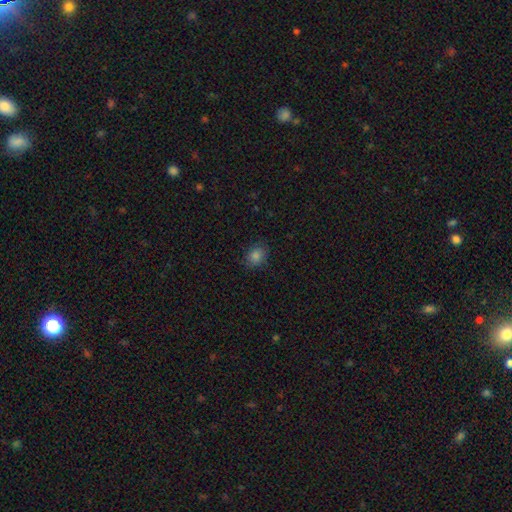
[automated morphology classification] A smooth galaxy with no disk features (81%) that is round (51%). Merging: none (85%).